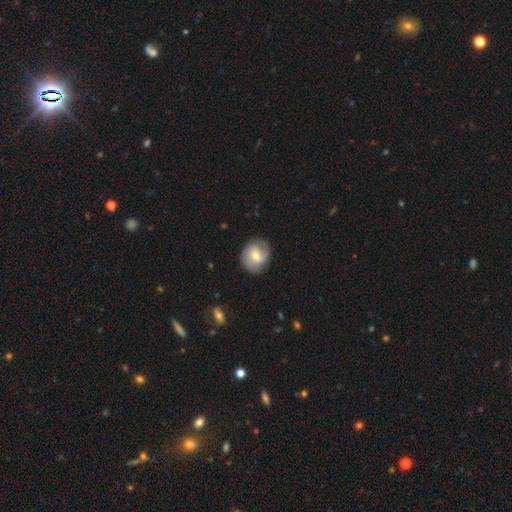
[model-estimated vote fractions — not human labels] Q: Smooth or featured?
A: featured or disk (56%); runner-up: smooth (37%)
Q: Edge-on disk?
A: no (96%); runner-up: yes (4%)
Q: Bar?
A: no (44%); tied with: weak (44%)
Q: Spiral arms?
A: yes (81%); runner-up: no (19%)
Q: Bulge size?
A: moderate (63%); runner-up: small (32%)
Q: Merging?
A: none (78%); runner-up: minor disturbance (16%)